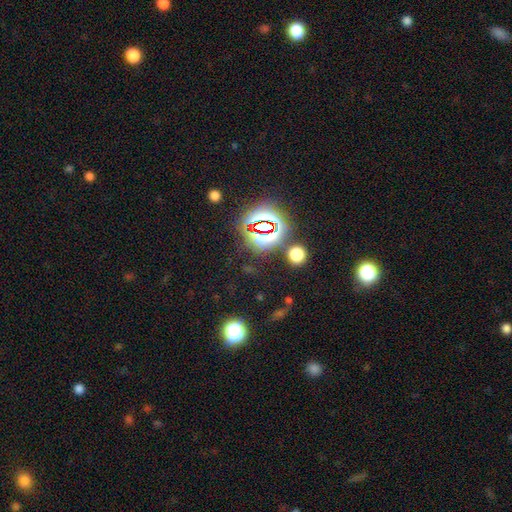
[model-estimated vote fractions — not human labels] Q: Smooth or featured?
A: star or artifact (82%); runner-up: smooth (11%)